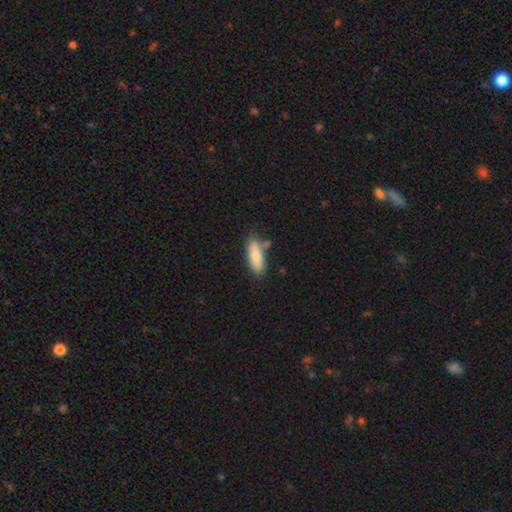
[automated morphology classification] Smooth or featured?
  - smooth: 83% *
  - featured or disk: 11%
  - star or artifact: 6%
How rounded?
  - in between: 65% *
  - cigar-shaped: 34%
  - round: 2%
Merging?
  - none: 68% *
  - minor disturbance: 17%
  - merger: 11%
  - major disturbance: 4%